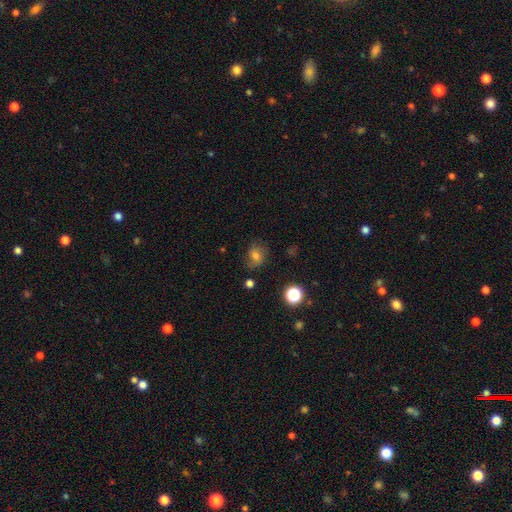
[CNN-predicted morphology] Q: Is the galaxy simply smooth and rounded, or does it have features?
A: smooth — 55%.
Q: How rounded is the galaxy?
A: round — 59%.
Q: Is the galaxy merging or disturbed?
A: none — 65%.